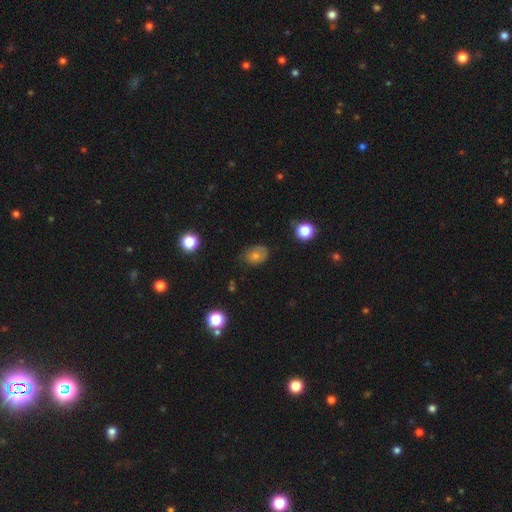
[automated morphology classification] A smooth galaxy with no disk features (68%) that is in between round and cigar-shaped (65%). Merging: none (64%).